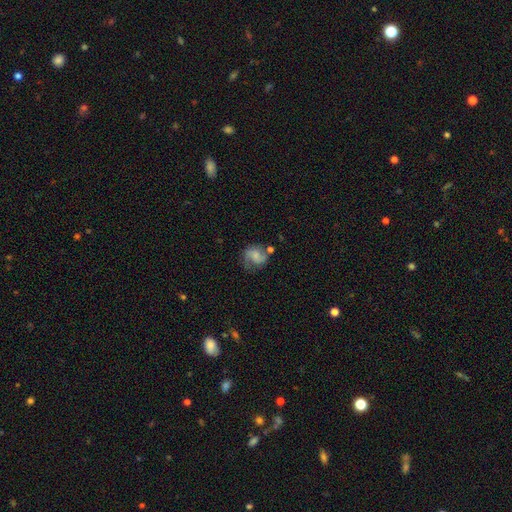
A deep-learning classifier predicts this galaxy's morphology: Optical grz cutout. It shows a featured or disk galaxy (57%) with no bar (61%), spiral arms (88%) and a small central bulge (46%). Merging: none (53%).